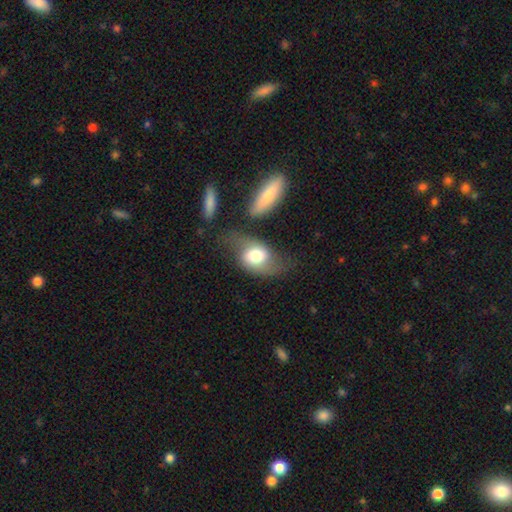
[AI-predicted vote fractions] Q: Smooth or featured?
A: smooth (49%); runner-up: featured or disk (44%)
Q: Merging?
A: none (49%); runner-up: minor disturbance (25%)